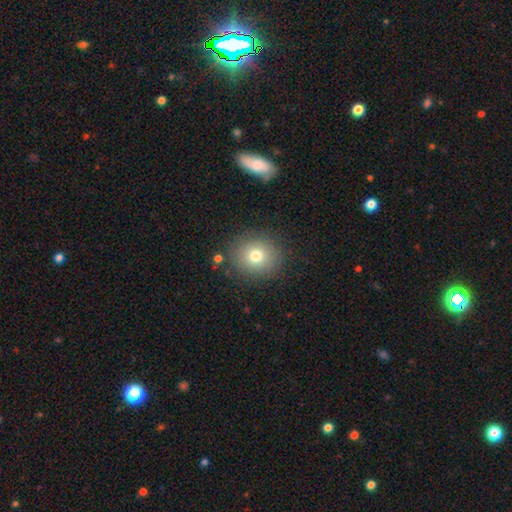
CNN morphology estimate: smooth-or-featured: smooth: 75% | star or artifact: 13% | featured or disk: 12%
  how-rounded: round: 82% | in between: 17% | cigar-shaped: 1%
  merging: none: 86% | minor disturbance: 9% | major disturbance: 4% | merger: 2%